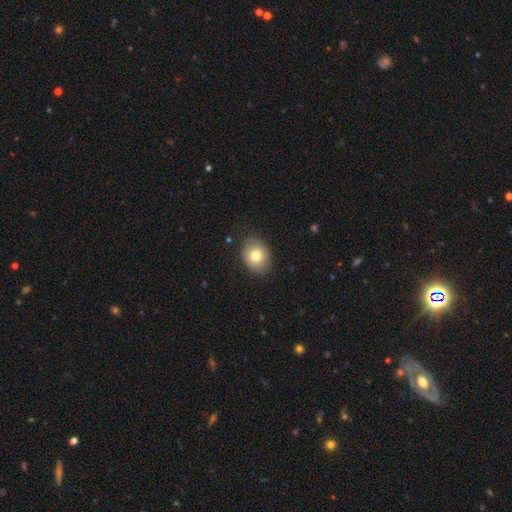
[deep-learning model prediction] Smooth or featured? smooth (77%)
How rounded? in between (61%)
Merging? none (84%)